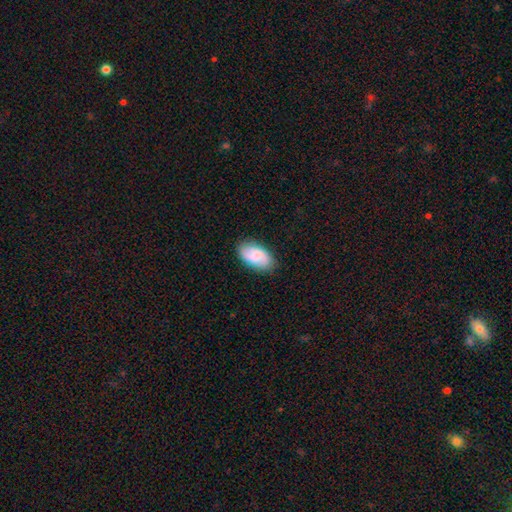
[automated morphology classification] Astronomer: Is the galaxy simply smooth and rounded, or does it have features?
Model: smooth — 66%.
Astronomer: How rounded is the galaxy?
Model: in between — 94%.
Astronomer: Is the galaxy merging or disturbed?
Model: none — 84%.